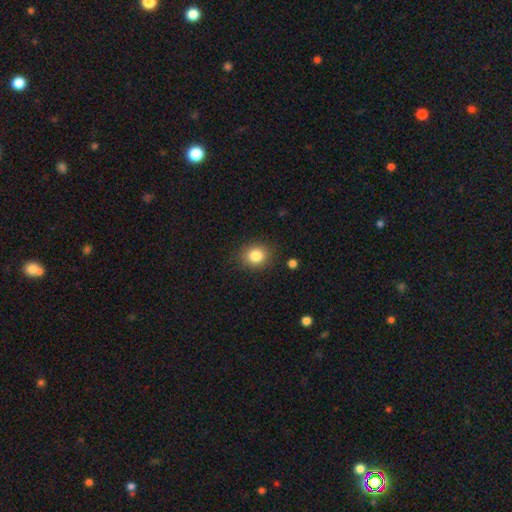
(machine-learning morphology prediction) Smooth or featured?
  - smooth: 83% *
  - star or artifact: 10%
  - featured or disk: 6%
How rounded?
  - round: 68% *
  - in between: 31%
  - cigar-shaped: 1%
Merging?
  - none: 87% *
  - minor disturbance: 9%
  - major disturbance: 3%
  - merger: 2%